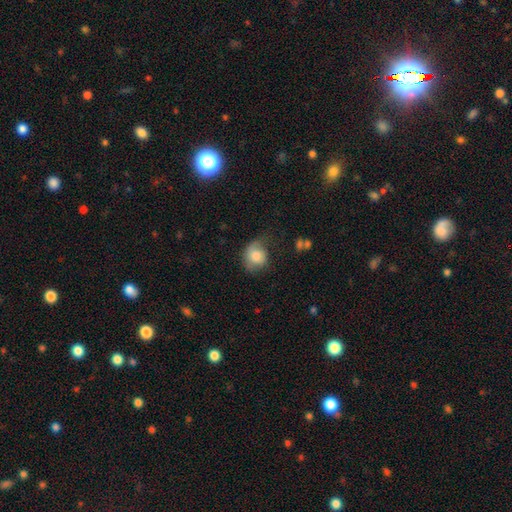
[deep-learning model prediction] smooth_or_featured: smooth (p=0.77) [alt: featured or disk p=0.16]
how_rounded: round (p=0.69) [alt: in between p=0.30]
merging: none (p=0.43) [alt: minor disturbance p=0.36]